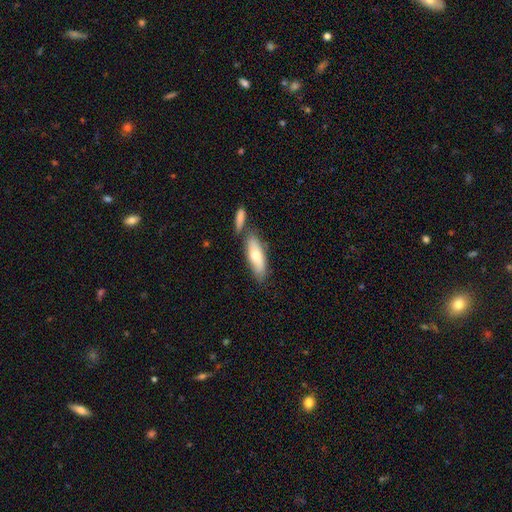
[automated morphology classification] smooth-or-featured: smooth: 64% | featured or disk: 30% | star or artifact: 6%
  how-rounded: in between: 53% | cigar-shaped: 45% | round: 2%
  merging: none: 59% | merger: 22% | minor disturbance: 15% | major disturbance: 4%